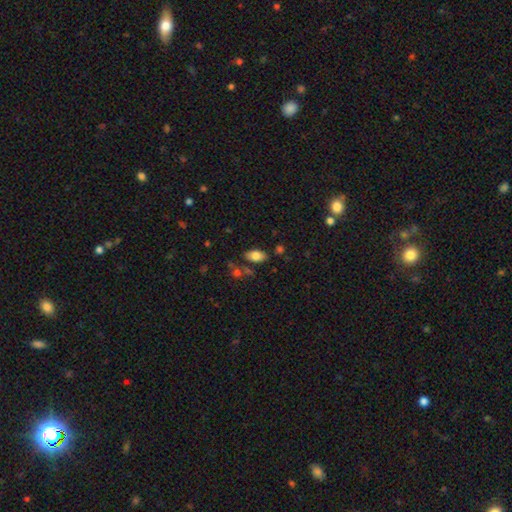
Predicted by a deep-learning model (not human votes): Smooth or featured? Predicted: smooth (p=0.80). How rounded? Predicted: in between (p=0.92). Merging? Predicted: none (p=0.76).